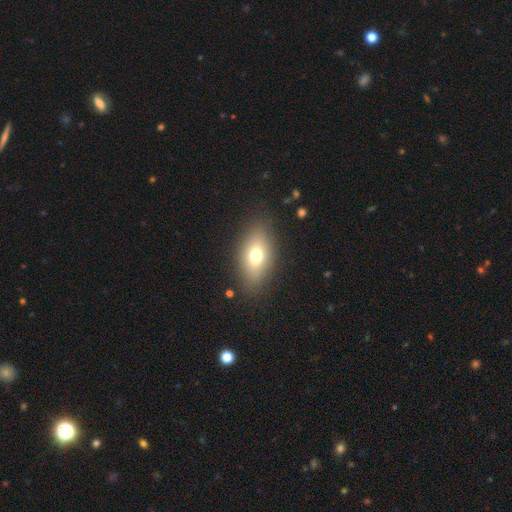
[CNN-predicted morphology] This is likely a smooth galaxy (69%). How rounded: clearly in between (82%). Merging: clearly none (84%).